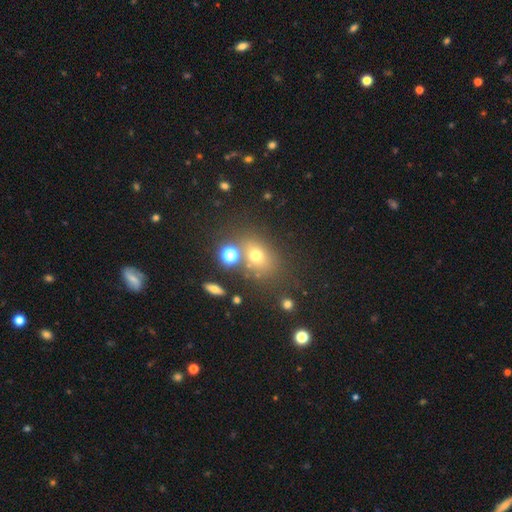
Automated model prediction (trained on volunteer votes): Morphology: type=smooth (66%); roundness=in between (56%); merging=none (66%).